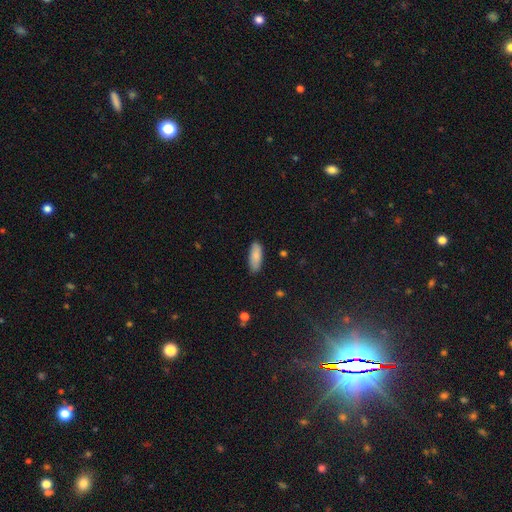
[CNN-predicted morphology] A smooth galaxy with no disk features (86%) that is in between round and cigar-shaped (73%). Merging: none (85%).